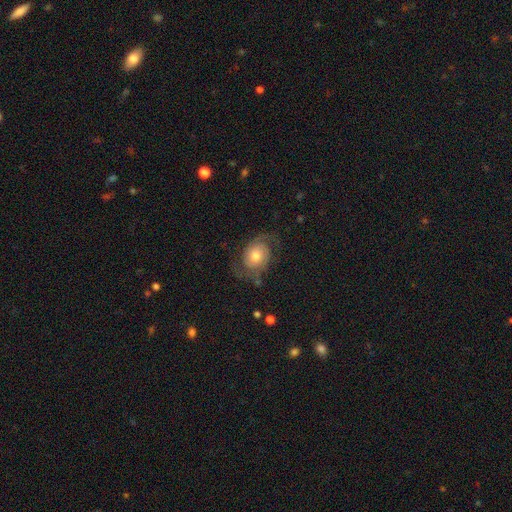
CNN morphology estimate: Smooth or featured? Predicted: featured or disk (p=0.76). Edge-on disk? Predicted: no (p=0.97). Bar? Predicted: no (p=0.75). Spiral arms? Predicted: yes (p=0.94). Spiral winding? Predicted: medium (p=0.45). Spiral arm count? Predicted: 2 (p=0.88). Bulge size? Predicted: moderate (p=0.63). Merging? Predicted: none (p=0.69).